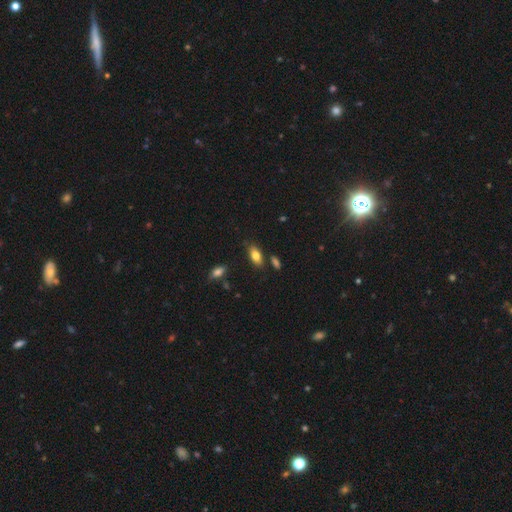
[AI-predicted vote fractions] This is likely a smooth galaxy (79%). How rounded: clearly in between (89%). Merging: likely none (79%).